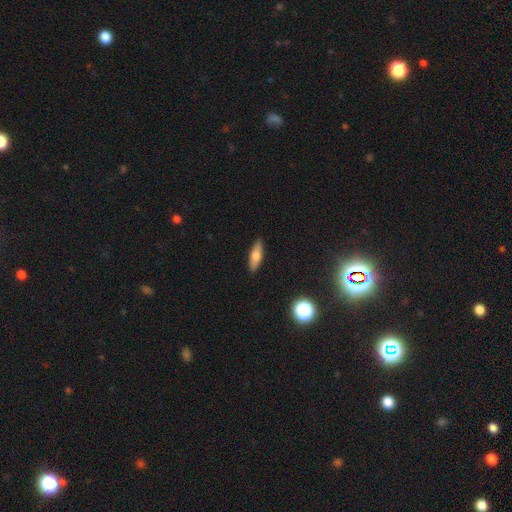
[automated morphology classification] A smooth galaxy with no disk features (68%) that is in between round and cigar-shaped (49%, tied with cigar-shaped).

Vote fractions:
- Smooth or featured? smooth: 68% / featured or disk: 24% / star or artifact: 8%
- How rounded? in between: 49% (tied) / cigar-shaped: 49% (tied) / round: 3%
- Merging? none: 89% / minor disturbance: 8% / major disturbance: 2% / merger: 1%